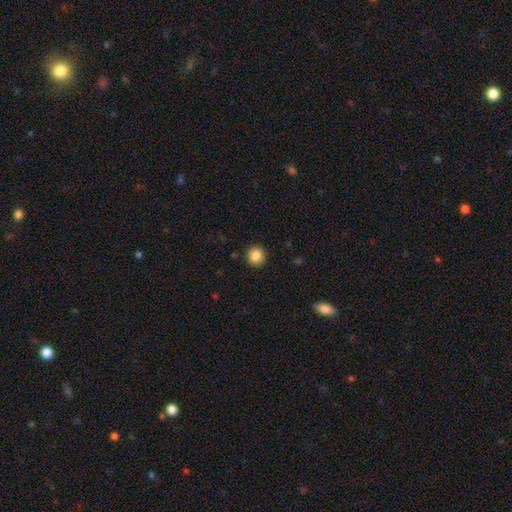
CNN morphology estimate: This is clearly a smooth galaxy (86%). How rounded: clearly round (91%). Merging: clearly none (92%).